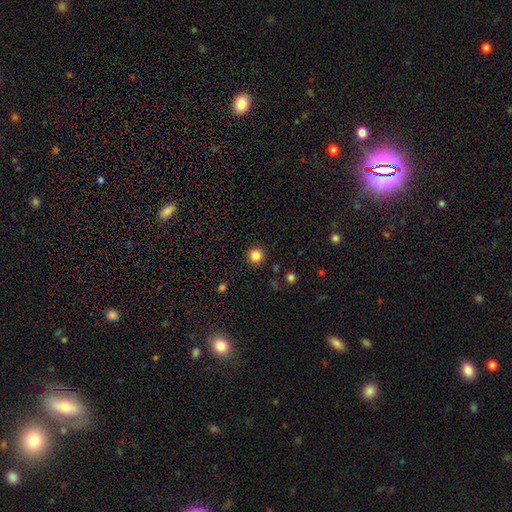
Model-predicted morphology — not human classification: smooth-or-featured: smooth: 85% | star or artifact: 11% | featured or disk: 4%
  how-rounded: round: 96% | in between: 3% | cigar-shaped: 1%
  merging: none: 92% | minor disturbance: 5% | major disturbance: 2% | merger: 1%